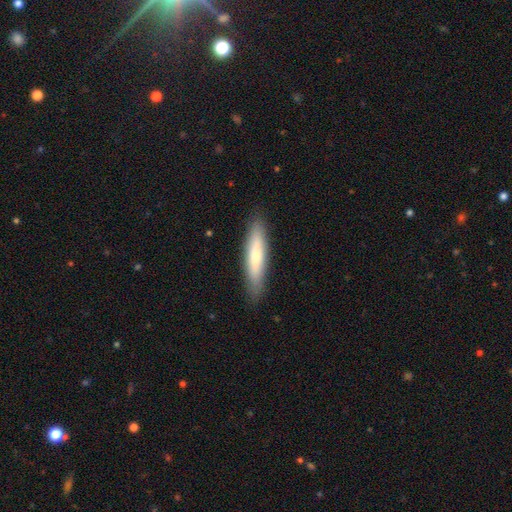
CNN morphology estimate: smooth_or_featured: smooth (p=0.68) [alt: featured or disk p=0.27]
how_rounded: cigar-shaped (p=0.83) [alt: in between p=0.15]
merging: none (p=0.87) [alt: minor disturbance p=0.10]